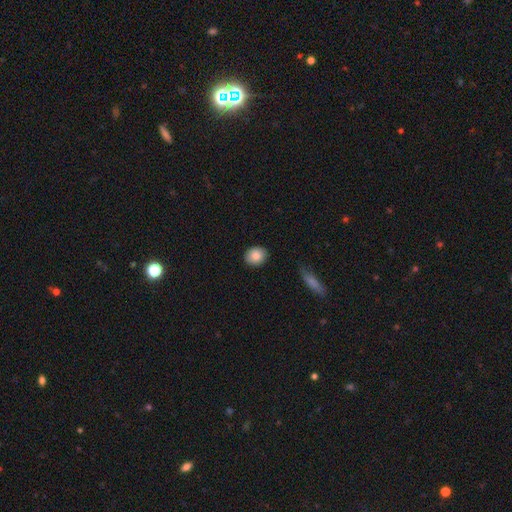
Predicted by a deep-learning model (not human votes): Q: Smooth or featured?
A: smooth (86%); runner-up: star or artifact (7%)
Q: How rounded?
A: round (61%); runner-up: in between (38%)
Q: Merging?
A: none (88%); runner-up: minor disturbance (9%)